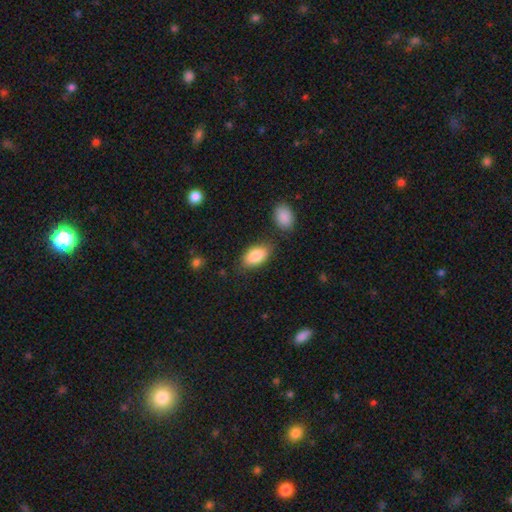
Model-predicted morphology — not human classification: Smooth or featured?
  - smooth: 87% *
  - featured or disk: 7%
  - star or artifact: 6%
How rounded?
  - in between: 93% *
  - round: 4%
  - cigar-shaped: 3%
Merging?
  - none: 76% *
  - minor disturbance: 15%
  - merger: 5%
  - major disturbance: 4%